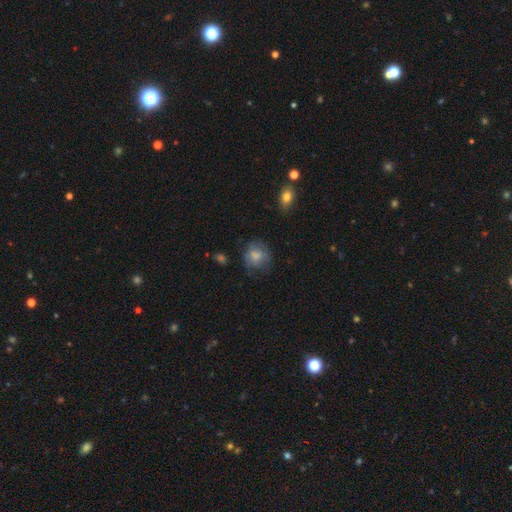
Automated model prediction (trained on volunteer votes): smooth 72%, featured or disk 19%, star or artifact 9%. Down the decision tree: how rounded — round (77%); merging — none (63%).